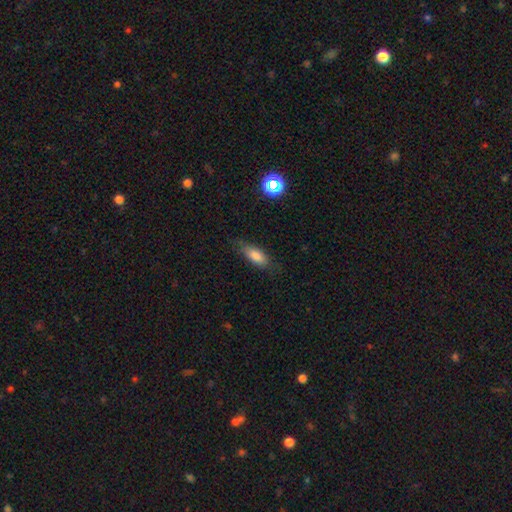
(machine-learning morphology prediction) Overall: smooth (78%). How rounded: in between (73%). Merging: none (70%).